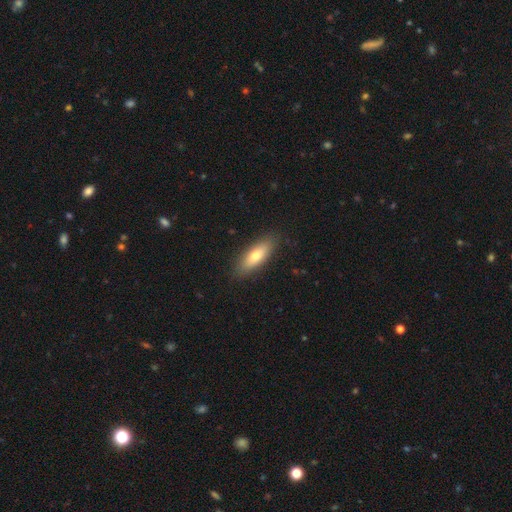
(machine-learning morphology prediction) Overall: smooth (71%). How rounded: in between (60%; cigar-shaped 37%). Merging: none (87%).